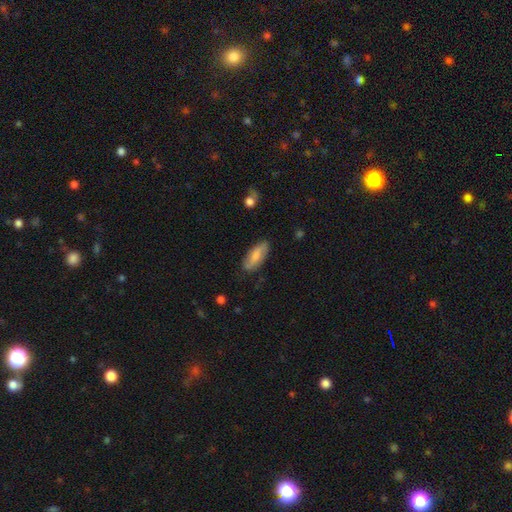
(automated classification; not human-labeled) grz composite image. It shows a smooth galaxy with no disk features (71%) that is in between round and cigar-shaped (78%). Merging: none (82%).